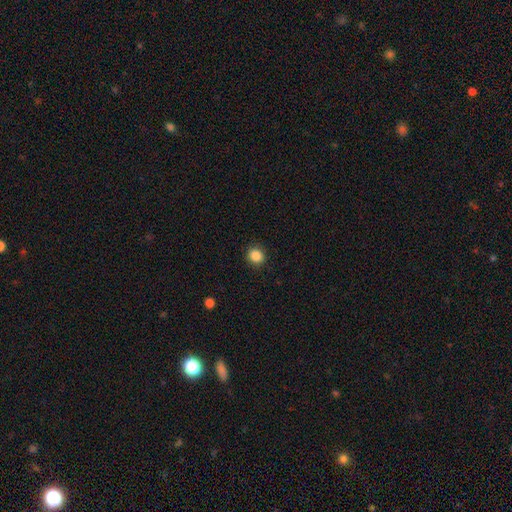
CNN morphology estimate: smooth 87%, star or artifact 10%, featured or disk 3%. Down the decision tree: how rounded — round (82%); merging — none (90%).